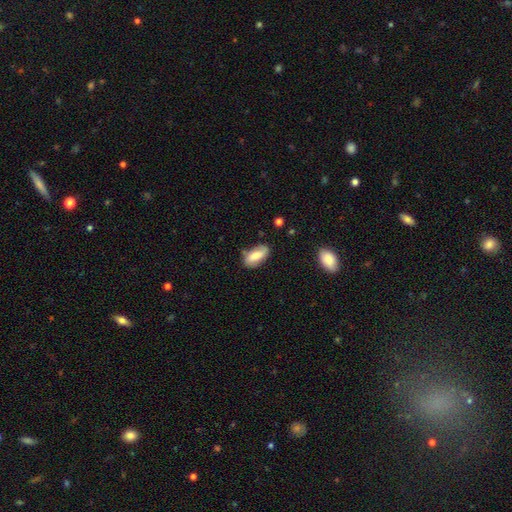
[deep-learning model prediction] The model was most divided on "smooth or featured": smooth: 68%, featured or disk: 25%, star or artifact: 7%. More confident: how rounded — in between (89%); merging — none (72%).